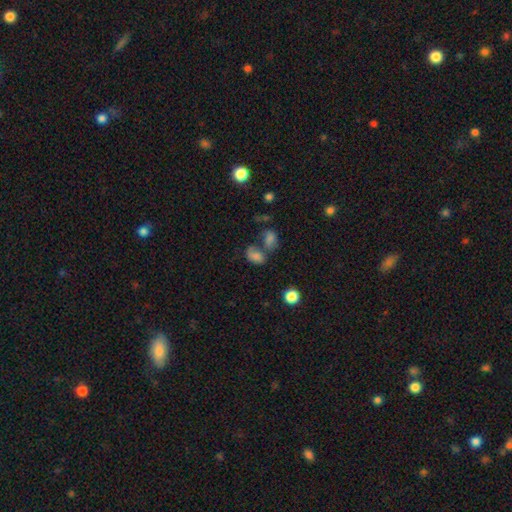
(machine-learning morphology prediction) Smooth or featured? smooth (73%)
How rounded? in between (81%)
Merging? merger (46%)